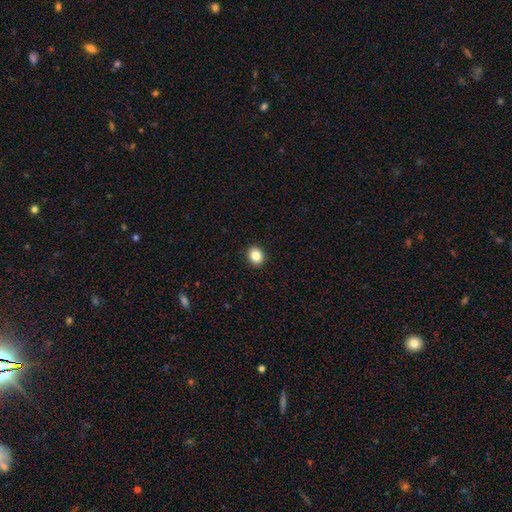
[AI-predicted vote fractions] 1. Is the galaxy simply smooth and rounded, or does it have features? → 84% smooth, 10% star or artifact, 6% featured or disk.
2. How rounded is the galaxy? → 64% round, 35% in between, 1% cigar-shaped.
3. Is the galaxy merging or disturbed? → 92% none, 5% minor disturbance, 2% major disturbance, 1% merger.